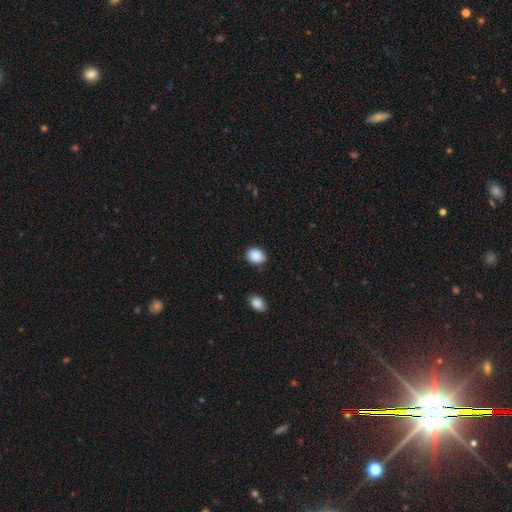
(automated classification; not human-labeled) This is clearly a smooth galaxy (89%). How rounded: possibly round (54%). Merging: clearly none (83%).